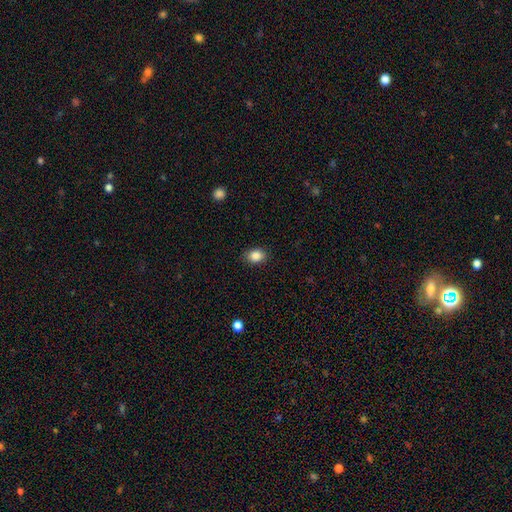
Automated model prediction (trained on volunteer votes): This is clearly a smooth galaxy (87%). How rounded: likely in between (63%). Merging: clearly none (87%).